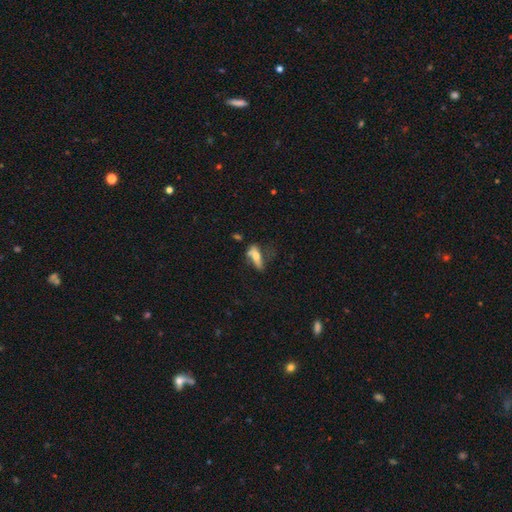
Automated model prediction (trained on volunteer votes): Q: Smooth or featured?
A: smooth (49%); runner-up: featured or disk (42%)
Q: Merging?
A: none (37%); runner-up: major disturbance (27%)